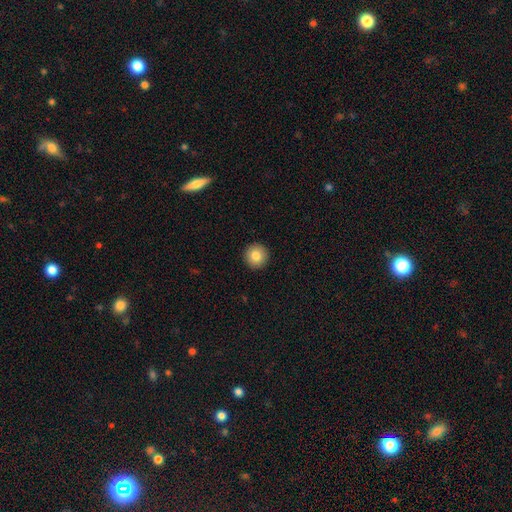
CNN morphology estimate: smooth-or-featured: smooth: 84% | star or artifact: 9% | featured or disk: 8%
  how-rounded: round: 96% | in between: 3% | cigar-shaped: 1%
  merging: none: 93% | minor disturbance: 4% | major disturbance: 1% | merger: 1%